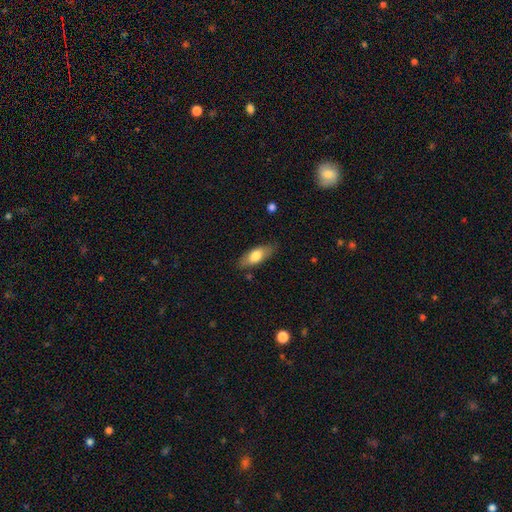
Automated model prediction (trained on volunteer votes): This is likely a smooth galaxy (72%). How rounded: likely in between (78%). Merging: clearly none (80%).